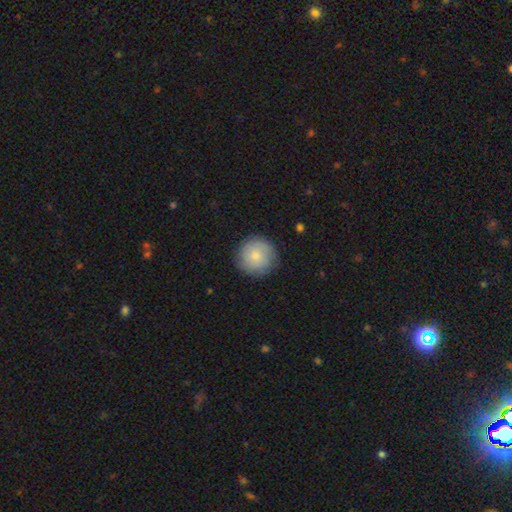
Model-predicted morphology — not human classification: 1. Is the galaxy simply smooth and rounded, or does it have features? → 75% smooth, 18% featured or disk, 7% star or artifact.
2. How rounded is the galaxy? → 95% round, 4% in between, 1% cigar-shaped.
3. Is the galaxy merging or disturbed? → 86% none, 10% minor disturbance, 3% major disturbance, 1% merger.